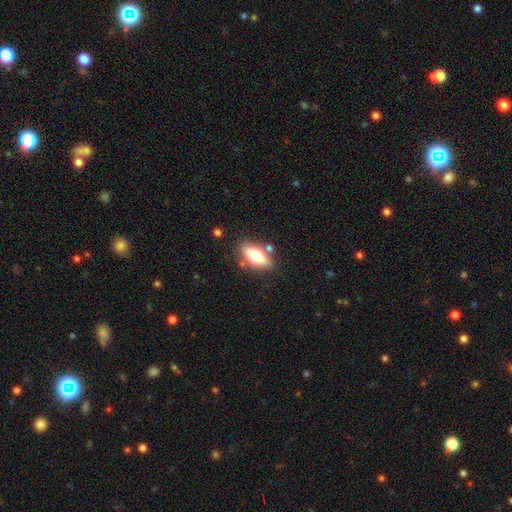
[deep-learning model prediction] Smooth or featured: smooth — 65% (featured or disk — 27%)
How rounded: in between — 78% (cigar-shaped — 18%)
Merging: none — 76% (minor disturbance — 13%)